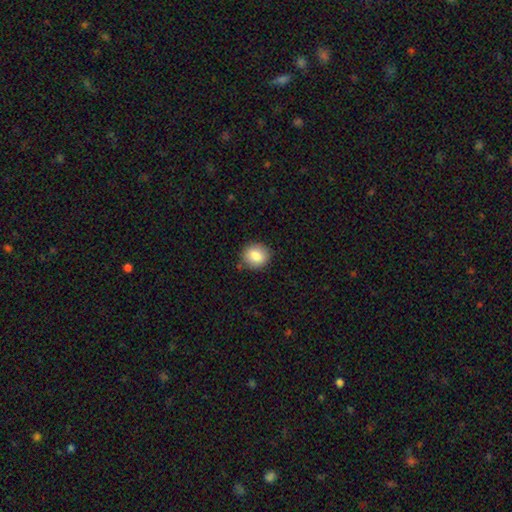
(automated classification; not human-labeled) A smooth galaxy with no disk features (85%) that is round (76%). Merging: none (86%).